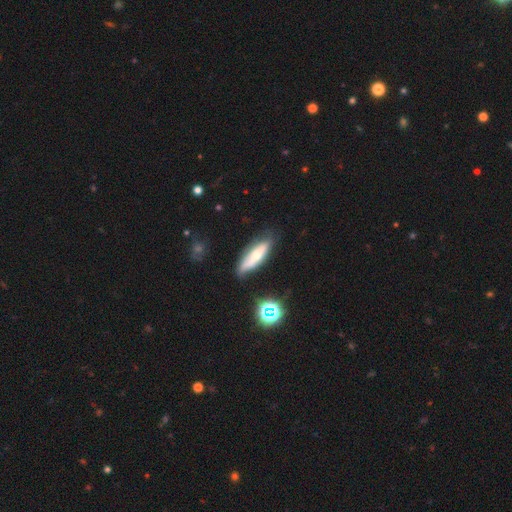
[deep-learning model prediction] Smooth or featured?
  - smooth: 48% *
  - featured or disk: 43%
  - star or artifact: 8%
Merging?
  - none: 69% *
  - minor disturbance: 22%
  - major disturbance: 6%
  - merger: 3%